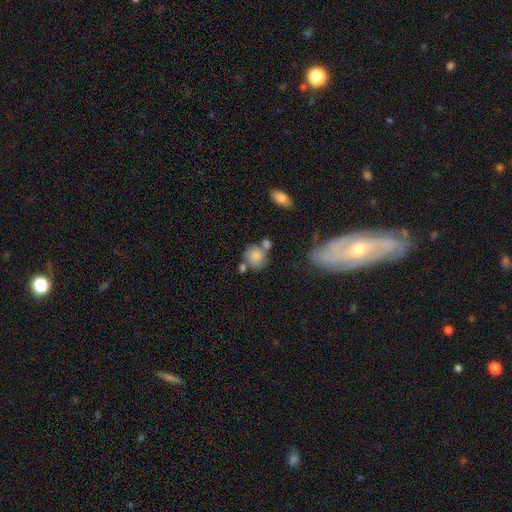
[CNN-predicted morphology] Smooth or featured: smooth — 81% (featured or disk — 9%)
How rounded: round — 78% (in between — 20%)
Merging: none — 52% (merger — 28%)